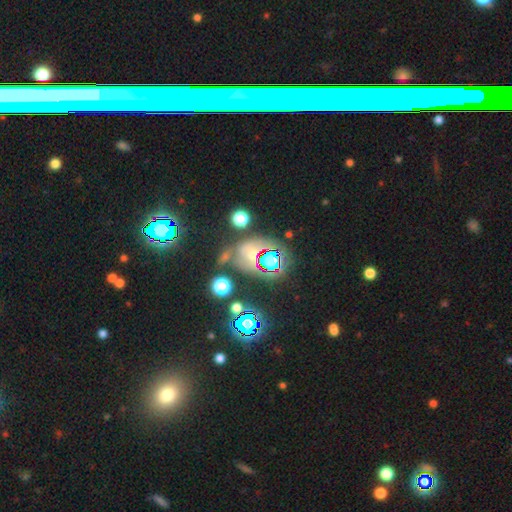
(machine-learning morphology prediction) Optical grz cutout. It shows a star or artifact, not a galaxy (54%).